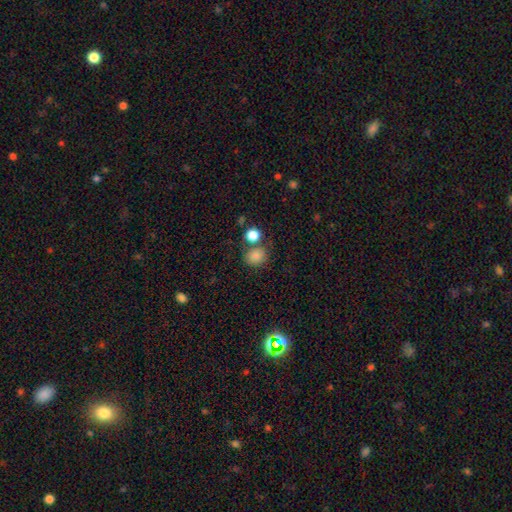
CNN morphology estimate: This is clearly a smooth galaxy (84%). How rounded: likely round (70%). Merging: likely none (64%).